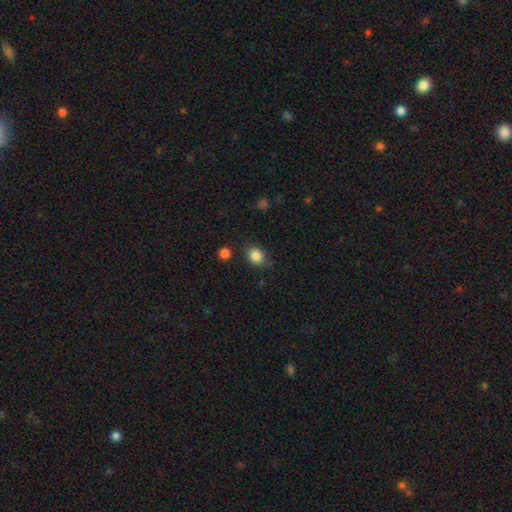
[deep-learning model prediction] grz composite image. It shows a smooth galaxy with no disk features (84%) that is round (63%). Merging: none (81%).